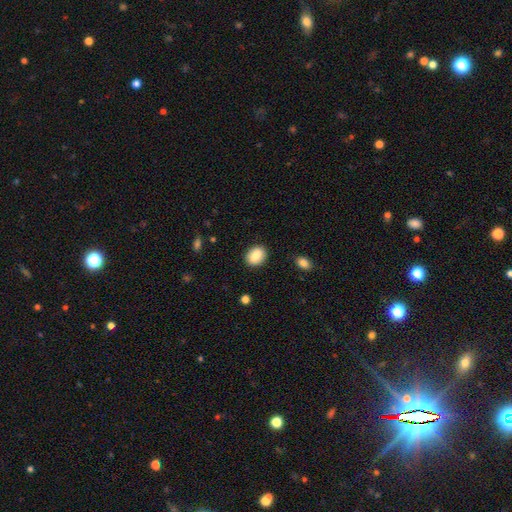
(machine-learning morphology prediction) smooth_or_featured: smooth (p=0.83) [alt: featured or disk p=0.10]
how_rounded: in between (p=0.64) [alt: round p=0.35]
merging: none (p=0.87) [alt: minor disturbance p=0.09]